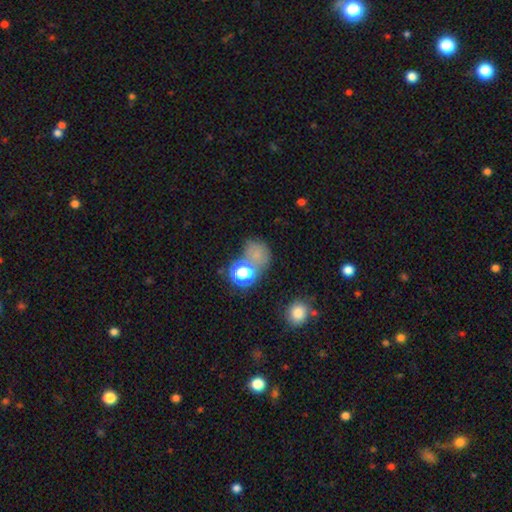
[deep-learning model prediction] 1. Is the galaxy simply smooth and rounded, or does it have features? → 64% smooth, 26% star or artifact, 10% featured or disk.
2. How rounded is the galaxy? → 68% round, 31% in between, 1% cigar-shaped.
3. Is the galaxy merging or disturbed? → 52% none, 21% merger, 16% minor disturbance, 11% major disturbance.